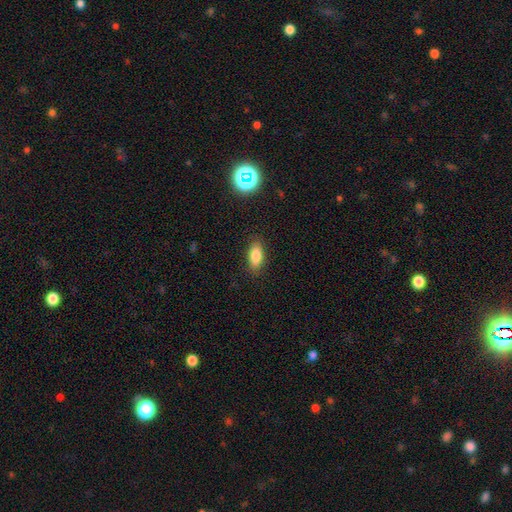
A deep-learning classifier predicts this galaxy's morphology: Smooth or featured?
  - smooth: 83% *
  - star or artifact: 9%
  - featured or disk: 8%
How rounded?
  - in between: 84% *
  - cigar-shaped: 12%
  - round: 4%
Merging?
  - none: 87% *
  - minor disturbance: 9%
  - major disturbance: 3%
  - merger: 1%